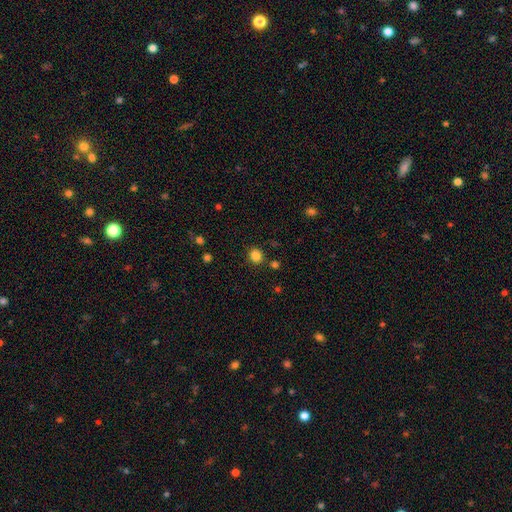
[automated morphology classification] A smooth galaxy with no disk features (84%) that is round (81%). Merging: none (86%).